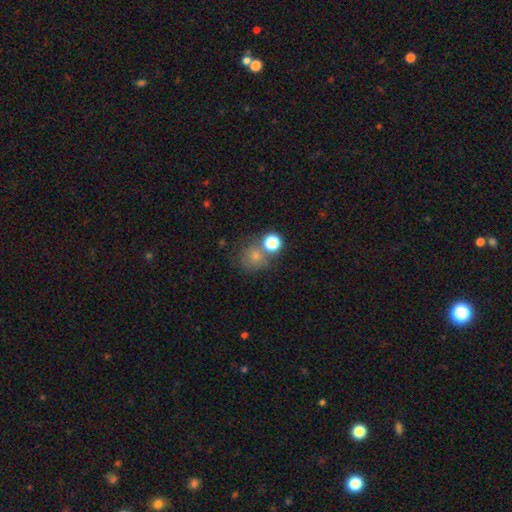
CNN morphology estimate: The model was most divided on "merging": none: 54%, merger: 28%, minor disturbance: 12%, major disturbance: 7%. More confident: how rounded — round (86%); smooth or featured — smooth (73%).